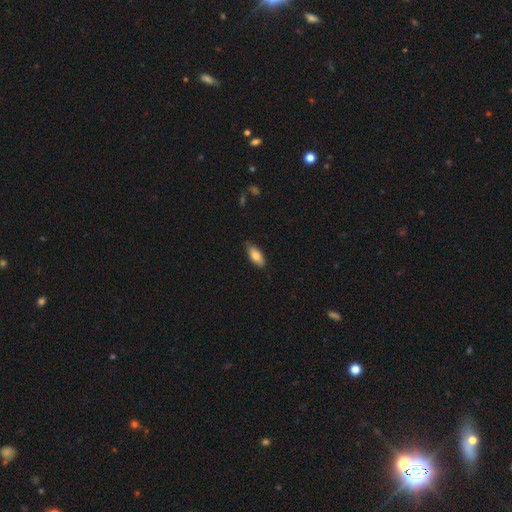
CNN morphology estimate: type=smooth (79%); roundness=in between (83%); merging=none (80%).